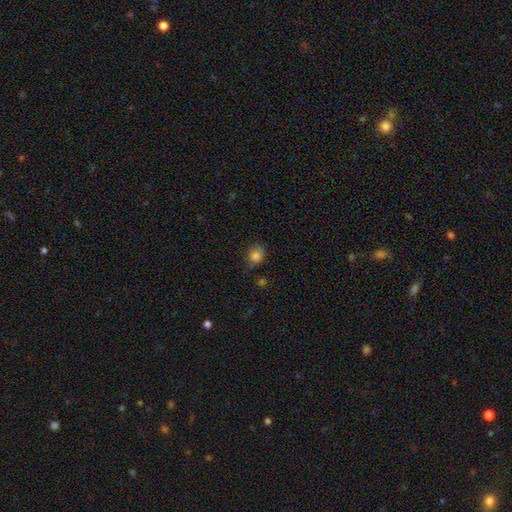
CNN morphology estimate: smooth 81%, star or artifact 11%, featured or disk 8%. Down the decision tree: how rounded — round (69%); merging — none (56%).